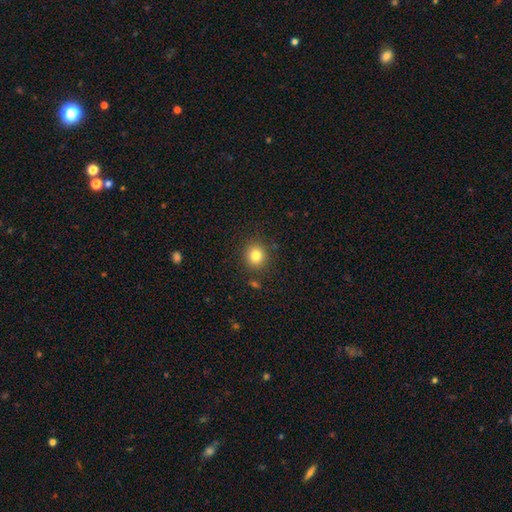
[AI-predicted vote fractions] The model was most divided on "smooth or featured": smooth: 82%, star or artifact: 12%, featured or disk: 6%. More confident: how rounded — round (87%); merging — none (86%).